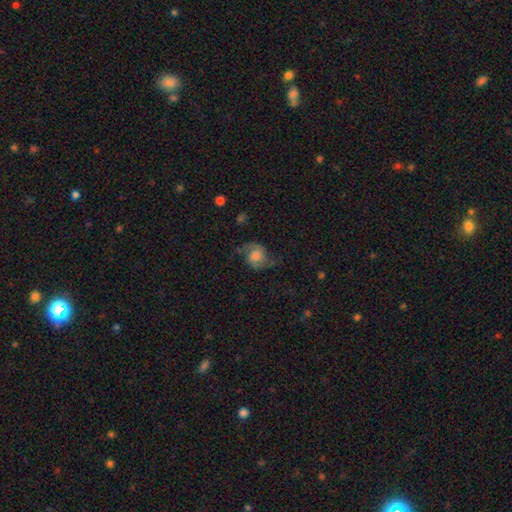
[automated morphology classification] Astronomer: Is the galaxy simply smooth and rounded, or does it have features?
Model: featured or disk — 74%.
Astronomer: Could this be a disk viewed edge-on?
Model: no — 97%.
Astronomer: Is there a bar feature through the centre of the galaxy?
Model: no — 58% (runner-up: weak, 36%).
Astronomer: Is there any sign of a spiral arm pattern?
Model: yes — 94%.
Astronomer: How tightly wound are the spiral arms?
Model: loose — 51% (runner-up: medium, 40%).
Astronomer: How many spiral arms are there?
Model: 2 — 92%.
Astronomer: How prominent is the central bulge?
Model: moderate — 39% (runner-up: large, 26%).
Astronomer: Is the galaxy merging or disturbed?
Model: none — 67%.